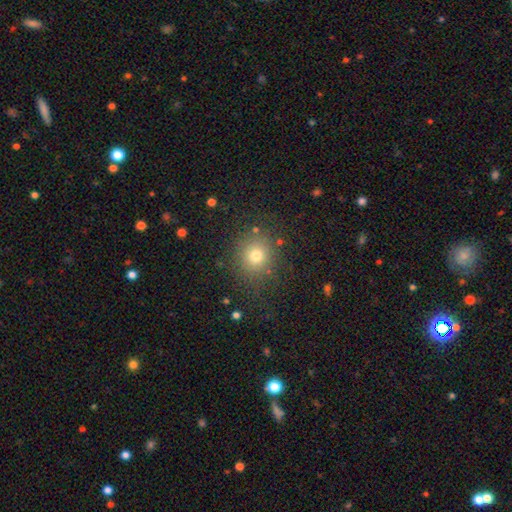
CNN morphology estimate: smooth_or_featured: smooth (p=0.73) [alt: star or artifact p=0.17]
how_rounded: round (p=0.84) [alt: in between p=0.15]
merging: none (p=0.84) [alt: minor disturbance p=0.10]